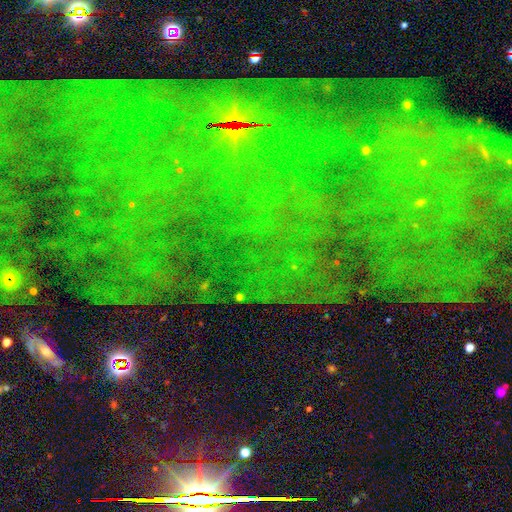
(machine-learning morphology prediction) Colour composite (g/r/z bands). It shows a star or artifact, not a galaxy (77%).